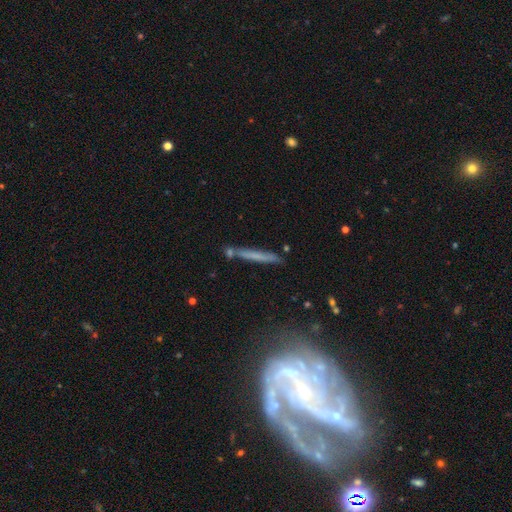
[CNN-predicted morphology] Q: Smooth or featured?
A: smooth (54%); runner-up: featured or disk (37%)
Q: How rounded?
A: cigar-shaped (95%); runner-up: in between (3%)
Q: Merging?
A: none (80%); runner-up: minor disturbance (12%)